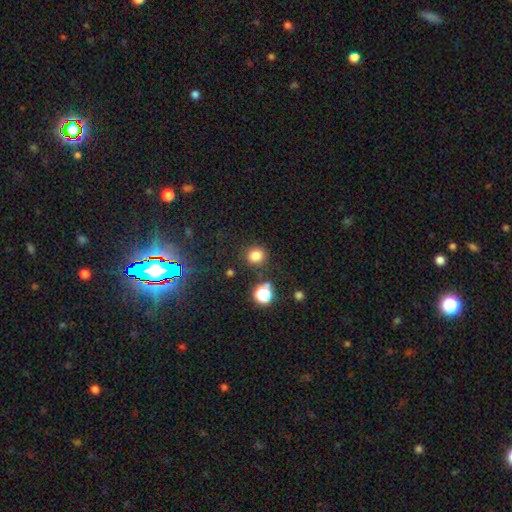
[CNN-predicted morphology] A smooth galaxy with no disk features (79%) that is round (84%). Merging: none (83%).